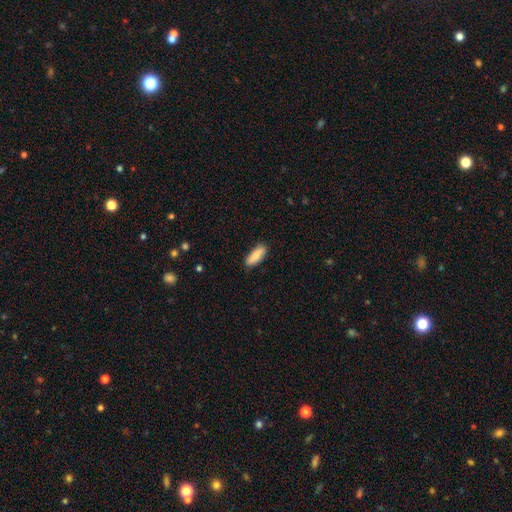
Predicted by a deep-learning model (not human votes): The model was most divided on "how rounded": in between: 66%, cigar-shaped: 32%, round: 2%. More confident: merging — none (85%); smooth or featured — smooth (80%).